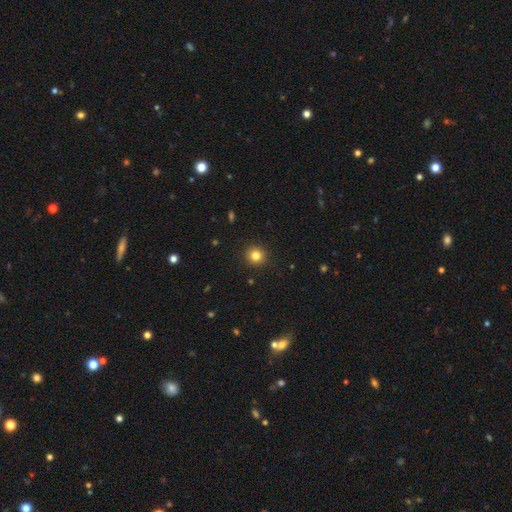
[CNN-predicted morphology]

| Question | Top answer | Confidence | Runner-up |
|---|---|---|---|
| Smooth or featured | smooth | 82% | star or artifact (12%) |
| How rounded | round | 92% | in between (7%) |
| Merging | none | 92% | minor disturbance (5%) |